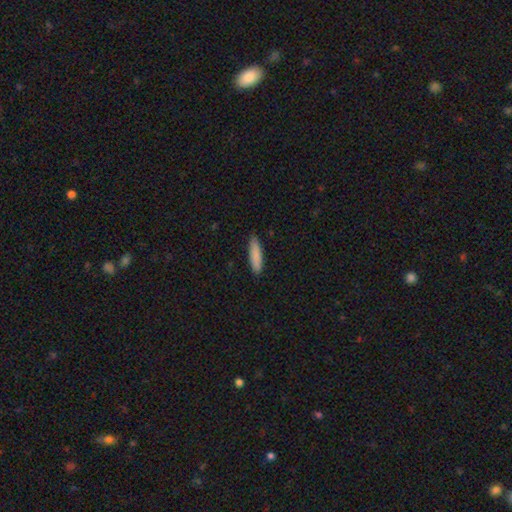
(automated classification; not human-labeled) smooth 86%, featured or disk 8%, star or artifact 6%. Down the decision tree: how rounded — cigar-shaped (74%); merging — none (87%).